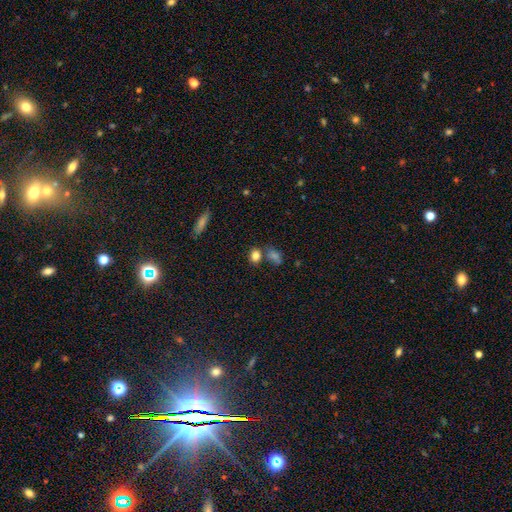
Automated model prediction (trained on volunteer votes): This appears to be a smooth galaxy with no disk features (82%) that is in between round and cigar-shaped (53%). Merging: none (59%).